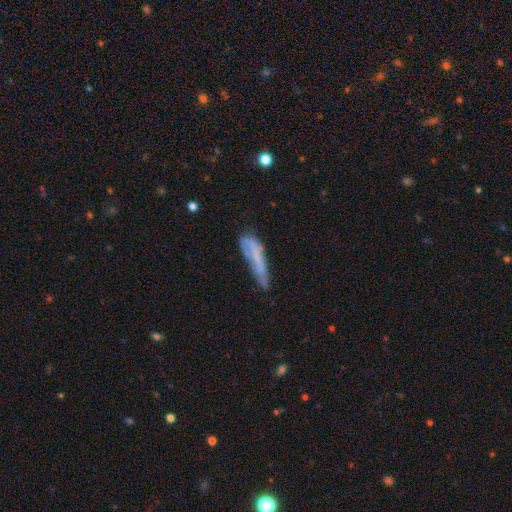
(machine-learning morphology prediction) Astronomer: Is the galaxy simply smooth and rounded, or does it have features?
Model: smooth — 51% (runner-up: featured or disk, 39%).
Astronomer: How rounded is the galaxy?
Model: cigar-shaped — 74%.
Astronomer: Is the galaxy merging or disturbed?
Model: minor disturbance — 34% (runner-up: none, 33%).